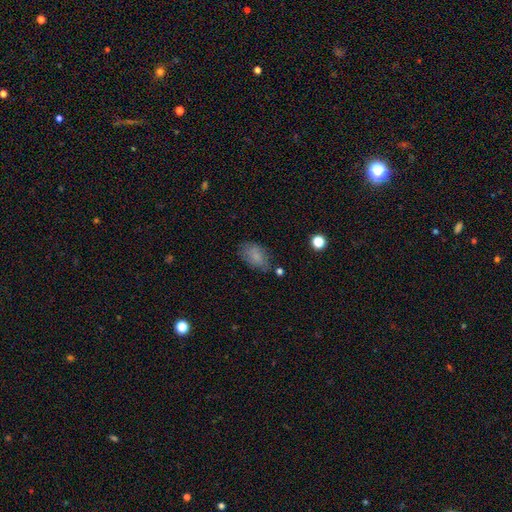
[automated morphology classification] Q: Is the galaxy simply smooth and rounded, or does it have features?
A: smooth — 77%.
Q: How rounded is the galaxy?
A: in between — 89%.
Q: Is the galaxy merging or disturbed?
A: none — 67%.